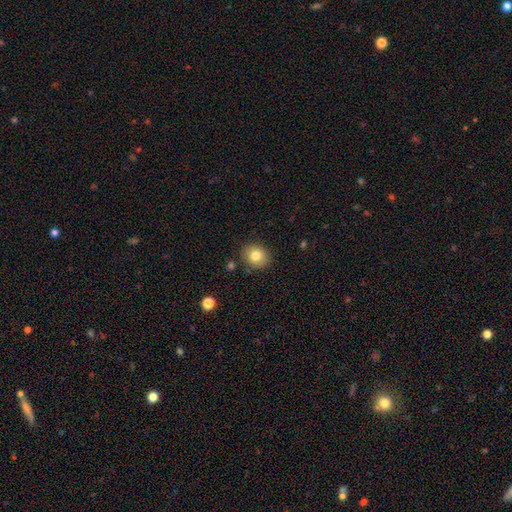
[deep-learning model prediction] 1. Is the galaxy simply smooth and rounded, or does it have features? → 81% smooth, 10% featured or disk, 10% star or artifact.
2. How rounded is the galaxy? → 69% round, 30% in between, 1% cigar-shaped.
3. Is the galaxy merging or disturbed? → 86% none, 10% minor disturbance, 2% major disturbance, 2% merger.